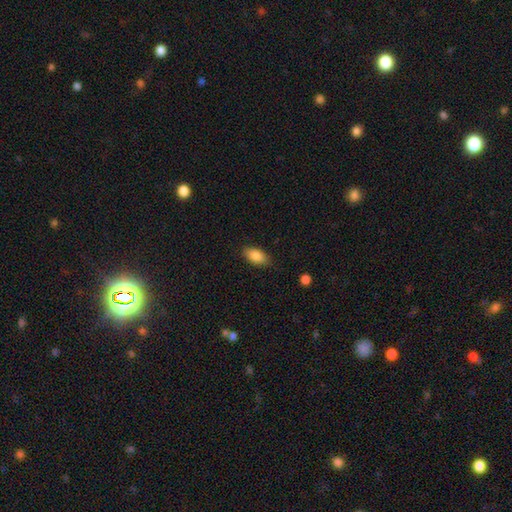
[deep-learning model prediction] Smooth or featured? Predicted: smooth (p=0.86). How rounded? Predicted: in between (p=0.91). Merging? Predicted: none (p=0.84).